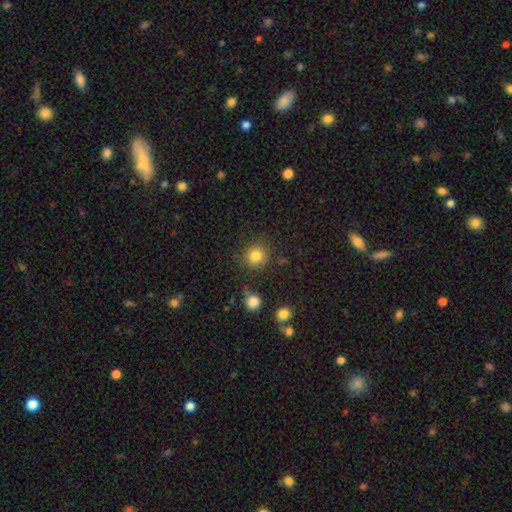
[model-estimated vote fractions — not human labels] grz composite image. It shows a smooth galaxy with no disk features (83%) that is round (91%). Merging: none (83%).